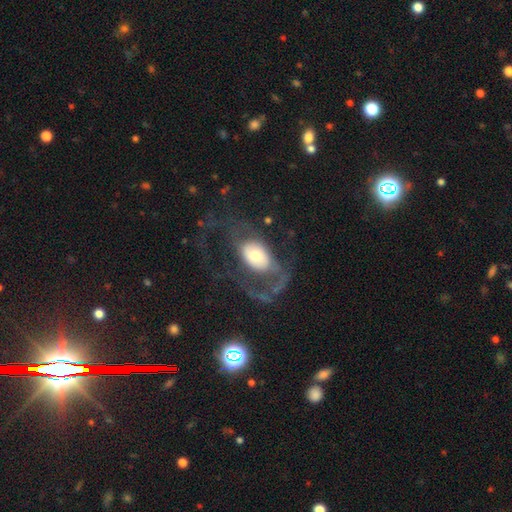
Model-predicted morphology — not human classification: This appears to be a featured or disk galaxy (55%) with no bar (77%), spiral arms (52%) and a moderate central bulge (52%). Merging: major disturbance (53%).